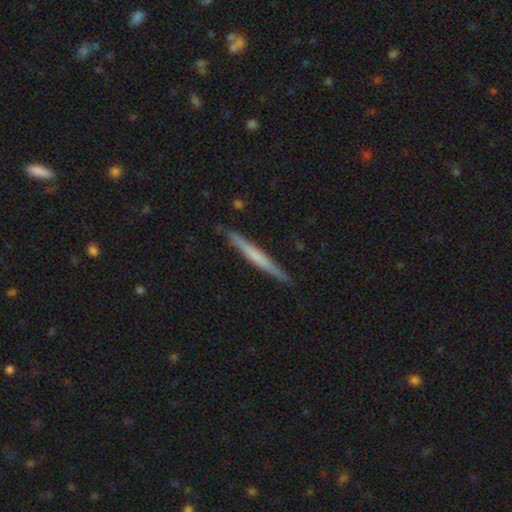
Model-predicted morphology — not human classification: This is possibly a smooth galaxy (49%). Merging: clearly none (89%).